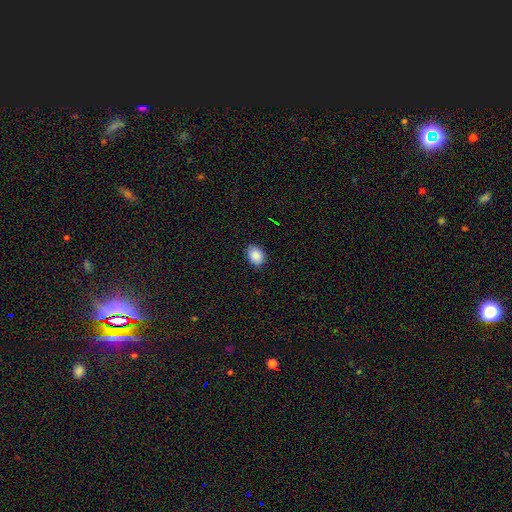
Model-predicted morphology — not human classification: smooth 89%, star or artifact 8%, featured or disk 3%. Down the decision tree: how rounded — in between (68%); merging — none (85%).